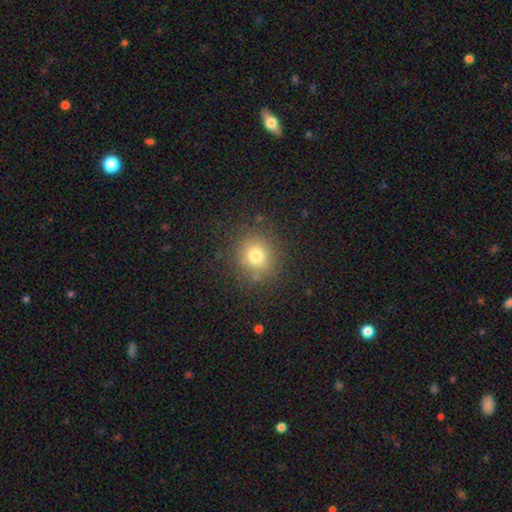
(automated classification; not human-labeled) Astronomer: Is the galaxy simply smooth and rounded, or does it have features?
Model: smooth — 76%.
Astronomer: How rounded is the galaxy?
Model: round — 87%.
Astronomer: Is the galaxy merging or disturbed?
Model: none — 84%.